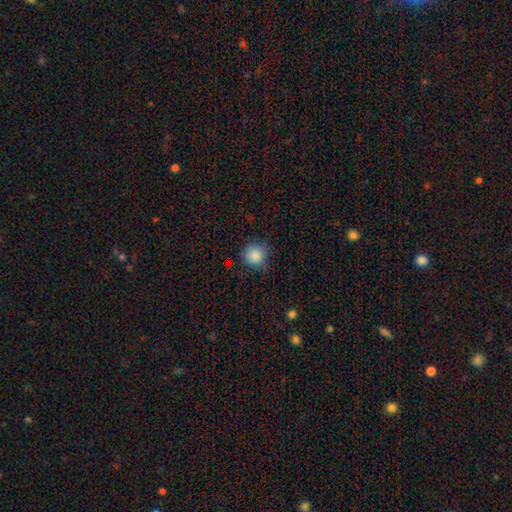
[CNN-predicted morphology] This appears to be a smooth galaxy with no disk features (86%) that is round (92%). Merging: none (81%).